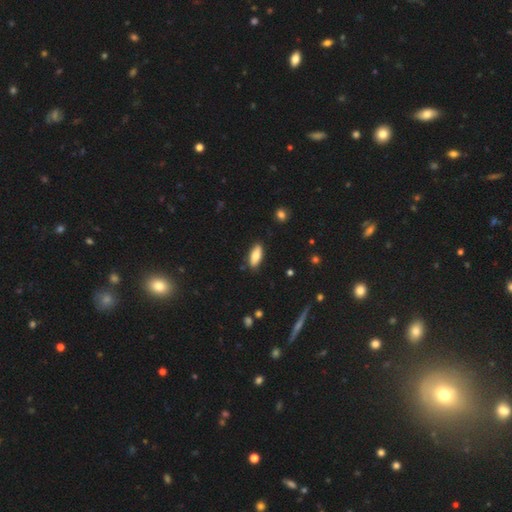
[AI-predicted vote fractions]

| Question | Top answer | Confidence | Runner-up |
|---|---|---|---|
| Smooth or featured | smooth | 80% | featured or disk (14%) |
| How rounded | in between | 76% | cigar-shaped (22%) |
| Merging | none | 86% | minor disturbance (11%) |